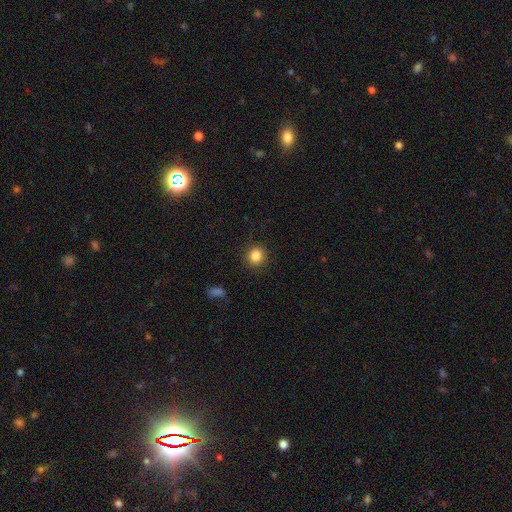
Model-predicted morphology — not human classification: smooth 85%, star or artifact 11%, featured or disk 4%. Down the decision tree: how rounded — round (85%); merging — none (89%).